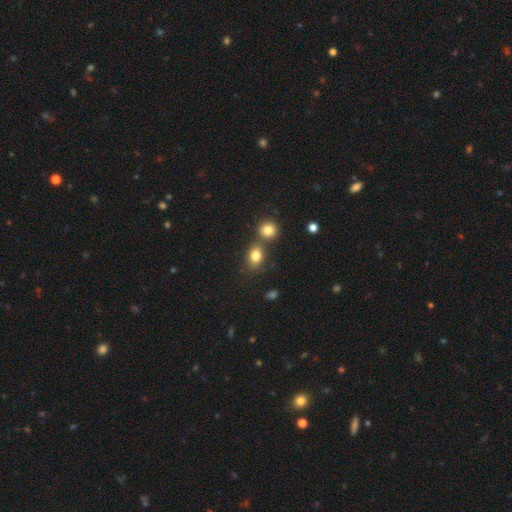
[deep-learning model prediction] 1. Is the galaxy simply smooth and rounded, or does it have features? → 81% smooth, 11% star or artifact, 8% featured or disk.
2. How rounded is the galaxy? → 64% in between, 35% round, 2% cigar-shaped.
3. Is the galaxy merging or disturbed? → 58% none, 27% merger, 11% minor disturbance, 4% major disturbance.